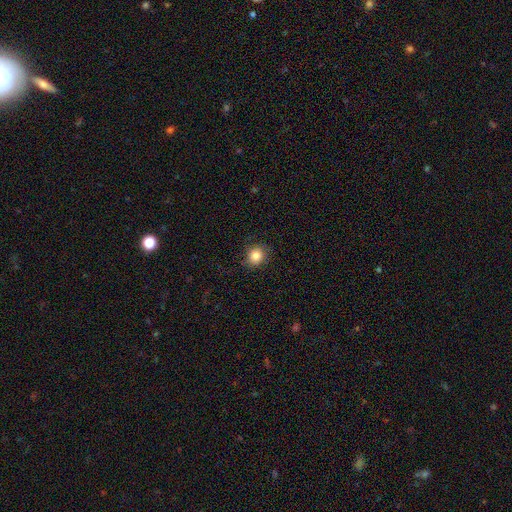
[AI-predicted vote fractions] A smooth galaxy with no disk features (84%) that is round (86%).

Vote fractions:
- Smooth or featured? smooth: 84% / star or artifact: 10% / featured or disk: 6%
- How rounded? round: 86% / in between: 13% / cigar-shaped: 1%
- Merging? none: 83% / minor disturbance: 12% / major disturbance: 4% / merger: 1%